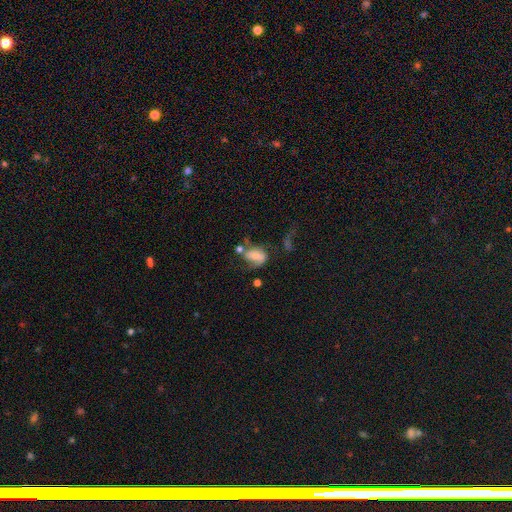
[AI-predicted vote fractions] smooth-or-featured: smooth: 57% | featured or disk: 32% | star or artifact: 11%
  how-rounded: in between: 81% | round: 17% | cigar-shaped: 2%
  merging: major disturbance: 32% | none: 25% | merger: 23% | minor disturbance: 20%